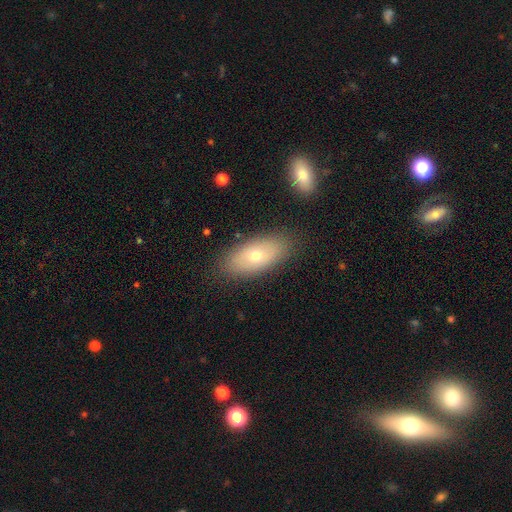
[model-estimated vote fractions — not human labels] A smooth galaxy with no disk features (65%) that is in between round and cigar-shaped (90%). Merging: none (83%).